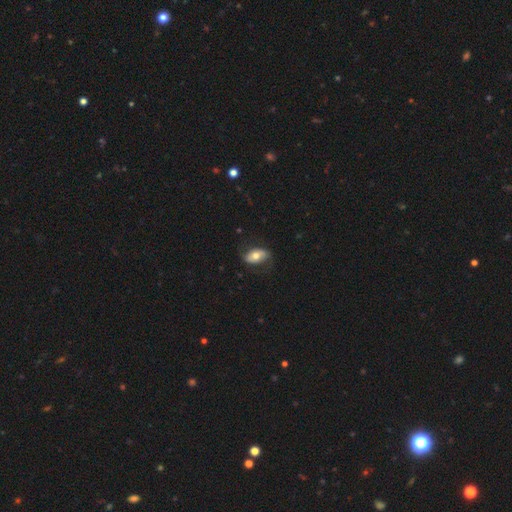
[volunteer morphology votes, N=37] smooth-or-featured: smooth: 70% | featured or disk: 24% | star or artifact: 5%
  how-rounded: in between: 96% | round: 4% | cigar-shaped: 0%
  merging: none: 74% | minor disturbance: 20% | major disturbance: 6% | merger: 0%